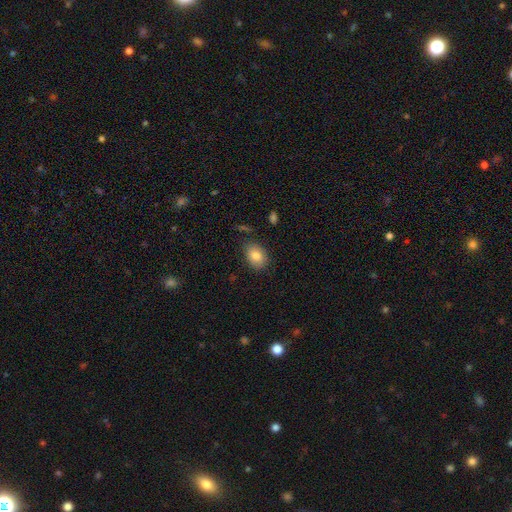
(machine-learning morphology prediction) smooth-or-featured: smooth: 84% | featured or disk: 9% | star or artifact: 8%
  how-rounded: in between: 76% | round: 23% | cigar-shaped: 1%
  merging: none: 81% | minor disturbance: 14% | major disturbance: 3% | merger: 2%